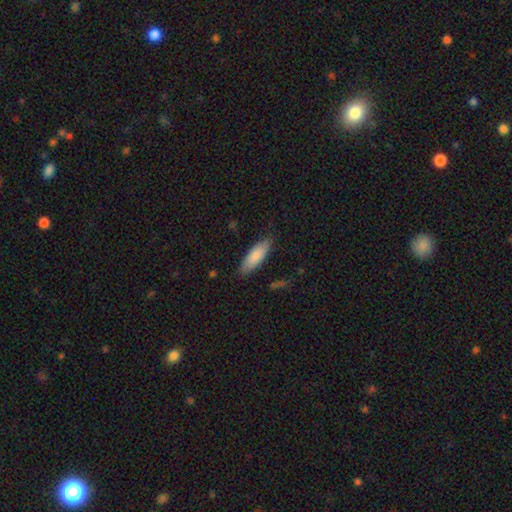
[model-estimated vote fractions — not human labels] Q: Smooth or featured?
A: smooth (84%); runner-up: featured or disk (10%)
Q: How rounded?
A: in between (60%); runner-up: cigar-shaped (39%)
Q: Merging?
A: none (84%); runner-up: minor disturbance (13%)